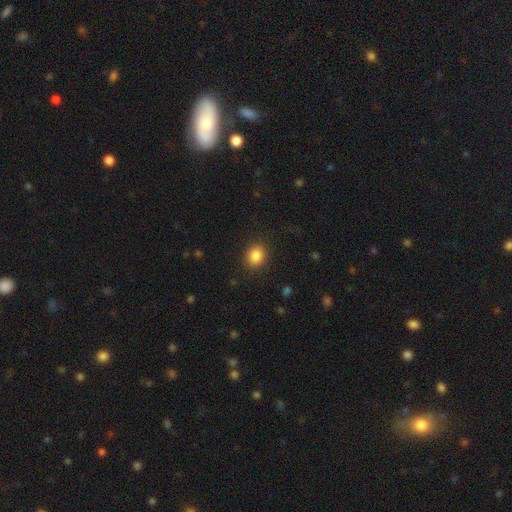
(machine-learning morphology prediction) Overall: smooth (86%). How rounded: round (67%; in between 32%). Merging: none (88%).